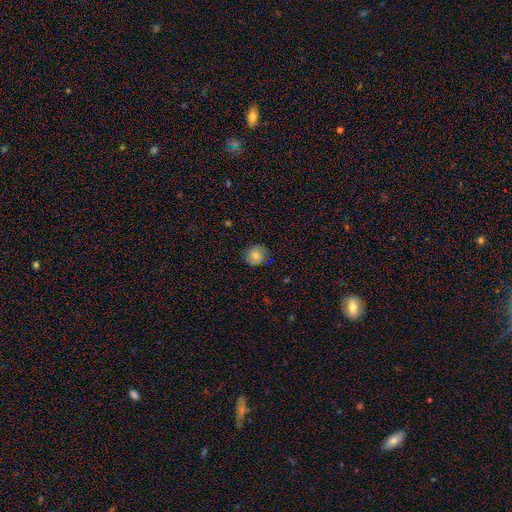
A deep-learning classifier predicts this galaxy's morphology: smooth 77%, featured or disk 13%, star or artifact 10%. Down the decision tree: how rounded — round (85%); merging — none (82%).